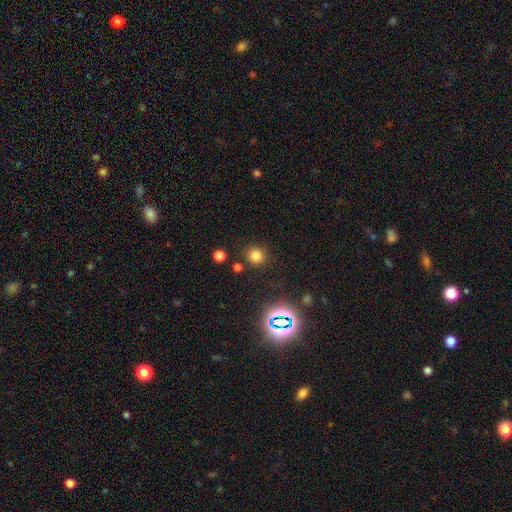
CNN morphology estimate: This is likely a smooth galaxy (76%). How rounded: clearly round (89%). Merging: clearly none (83%).